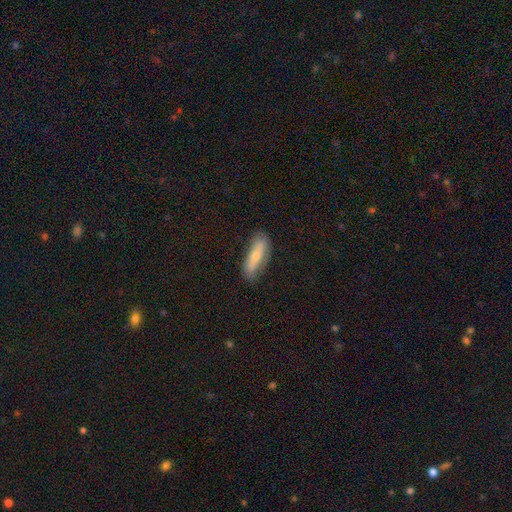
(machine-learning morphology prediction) Smooth or featured? smooth (63%)
How rounded? cigar-shaped (50%)
Merging? none (78%)